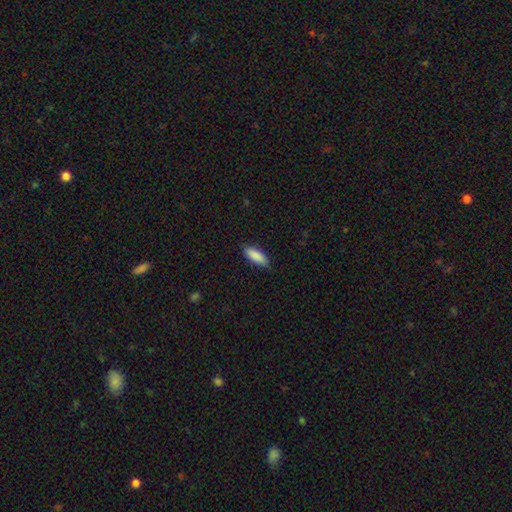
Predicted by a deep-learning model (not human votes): Smooth or featured? Predicted: smooth (p=0.89). How rounded? Predicted: in between (p=0.65). Merging? Predicted: none (p=0.84).